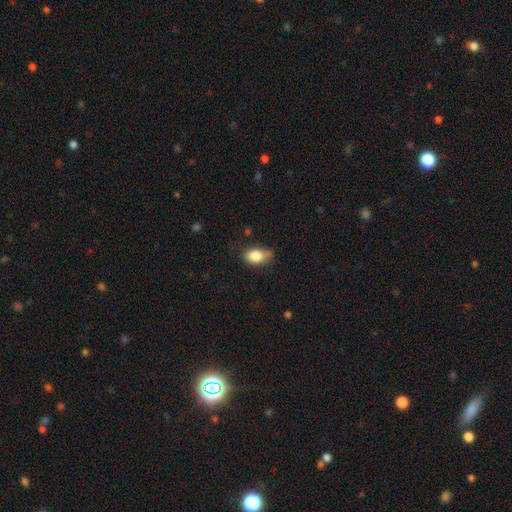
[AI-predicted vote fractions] The model was most divided on "merging": none: 57%, minor disturbance: 32%, major disturbance: 7%, merger: 3%. More confident: smooth or featured — smooth (83%); how rounded — in between (83%).